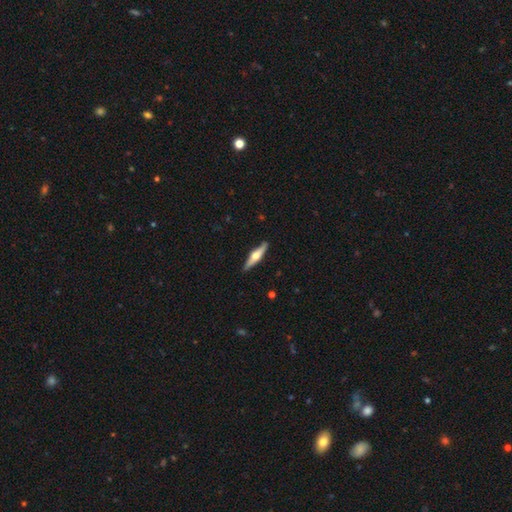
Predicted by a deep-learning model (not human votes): smooth-or-featured: featured or disk: 64% | smooth: 31% | star or artifact: 5%
  disk-edge-on: yes: 96% | no: 4%
    edge-on-bulge: rounded: 92% | boxy: 5% | none: 2%
  merging: none: 90% | minor disturbance: 8% | major disturbance: 2% | merger: 1%